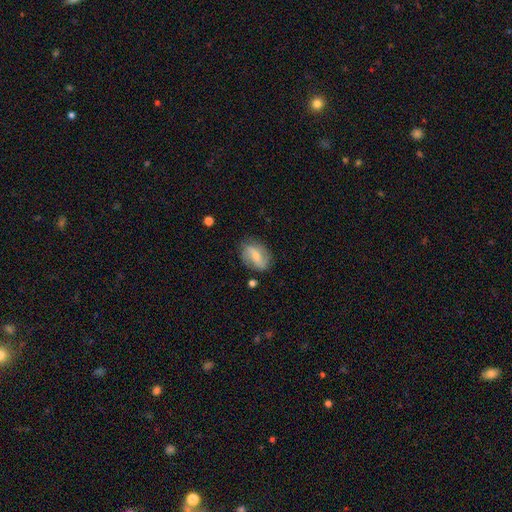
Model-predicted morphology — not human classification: smooth-or-featured: featured or disk: 52% | smooth: 41% | star or artifact: 8%
  disk-edge-on: no: 91% | yes: 9%
  merging: none: 74% | minor disturbance: 18% | major disturbance: 6% | merger: 2%